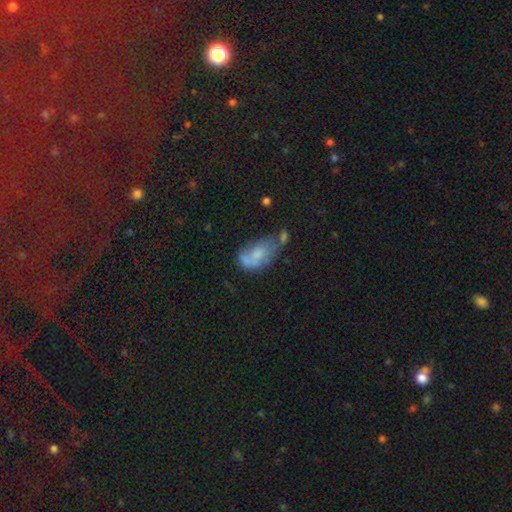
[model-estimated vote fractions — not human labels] The model was most divided on "merging": none: 30%, minor disturbance: 25%, merger: 24%, major disturbance: 20%. More confident: how rounded — in between (90%); smooth or featured — smooth (57%).